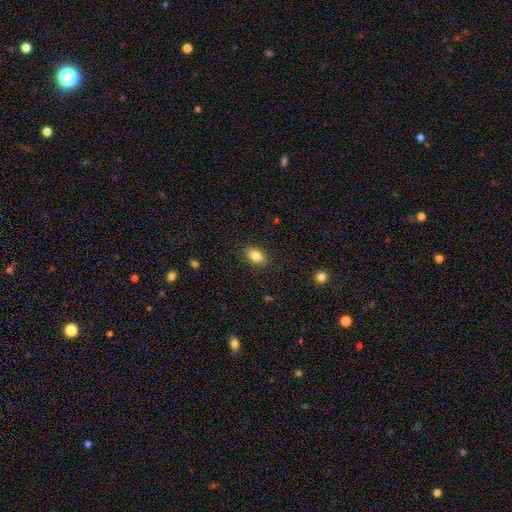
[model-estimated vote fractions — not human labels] Smooth or featured? Predicted: smooth (p=0.84). How rounded? Predicted: in between (p=0.82). Merging? Predicted: none (p=0.87).